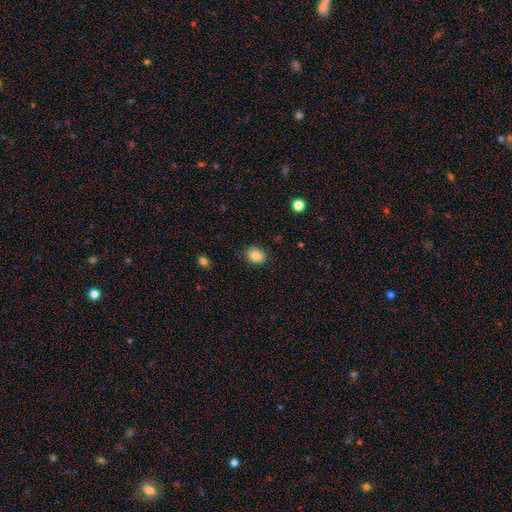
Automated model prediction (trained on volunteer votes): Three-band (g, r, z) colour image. It shows a smooth galaxy with no disk features (85%) that is in between round and cigar-shaped (53%). Merging: none (87%).